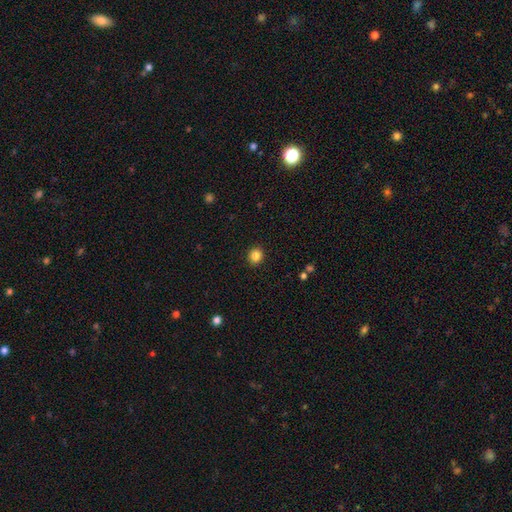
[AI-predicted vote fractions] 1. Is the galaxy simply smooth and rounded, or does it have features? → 85% smooth, 11% star or artifact, 4% featured or disk.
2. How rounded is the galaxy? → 83% round, 16% in between, 1% cigar-shaped.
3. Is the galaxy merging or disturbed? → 92% none, 5% minor disturbance, 2% major disturbance, 1% merger.